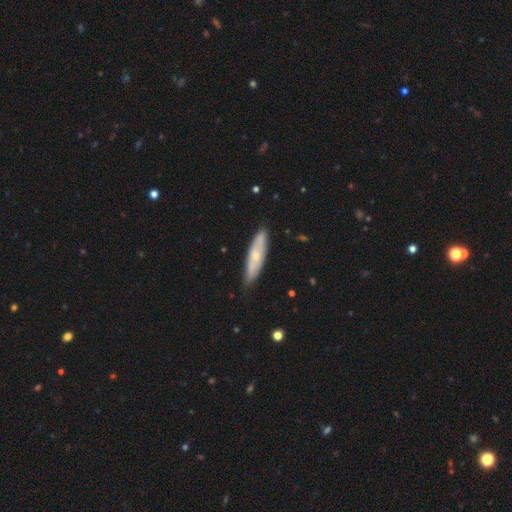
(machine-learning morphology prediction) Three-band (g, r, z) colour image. It shows a featured or disk galaxy (50%). Merging: none (83%).